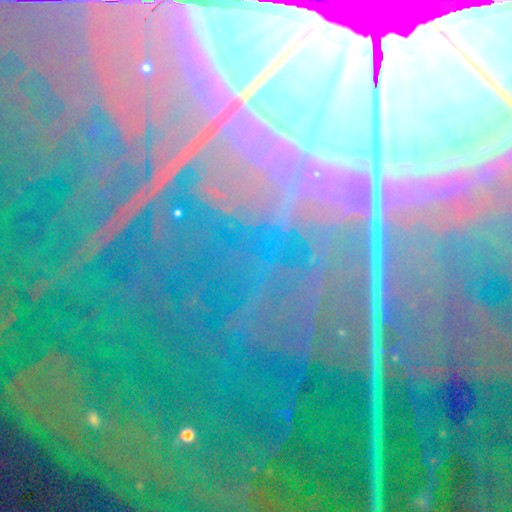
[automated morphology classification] Q: Smooth or featured?
A: star or artifact (86%); runner-up: featured or disk (9%)